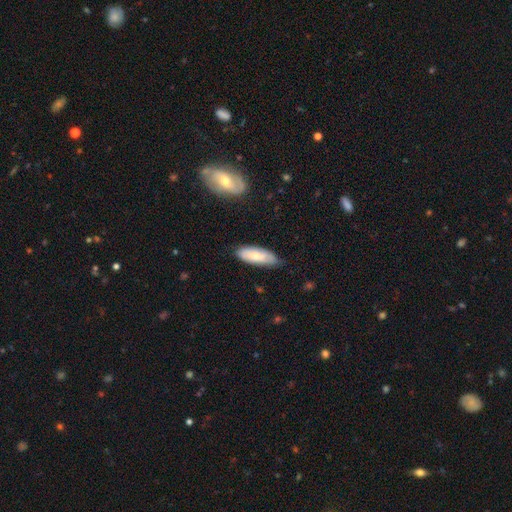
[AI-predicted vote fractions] smooth 75%, featured or disk 19%, star or artifact 6%. Down the decision tree: how rounded — in between (71%); merging — none (72%).